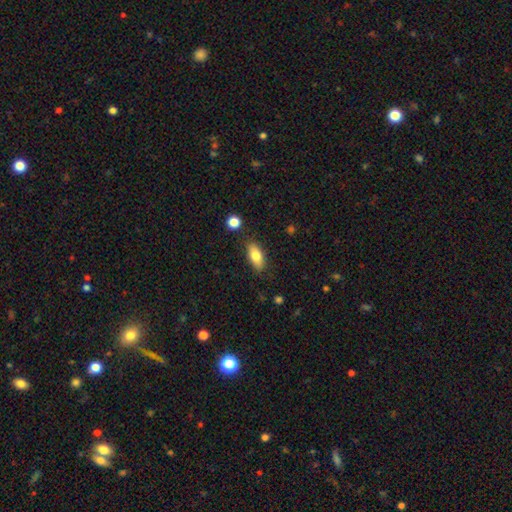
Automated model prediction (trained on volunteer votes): Q: Smooth or featured?
A: smooth (78%); runner-up: featured or disk (15%)
Q: How rounded?
A: in between (85%); runner-up: cigar-shaped (11%)
Q: Merging?
A: none (84%); runner-up: minor disturbance (11%)